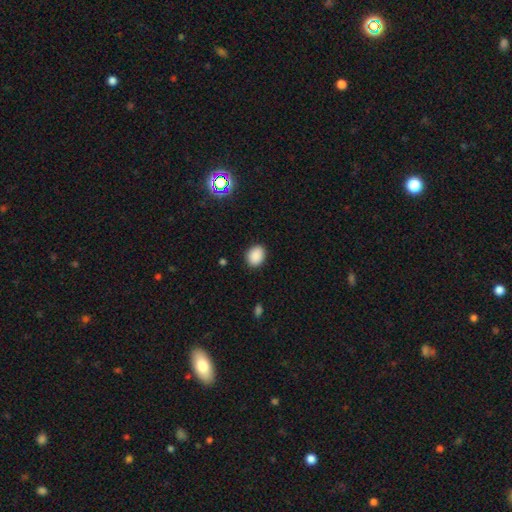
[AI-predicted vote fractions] smooth 88%, star or artifact 9%, featured or disk 3%. Down the decision tree: how rounded — in between (55%); merging — none (88%).